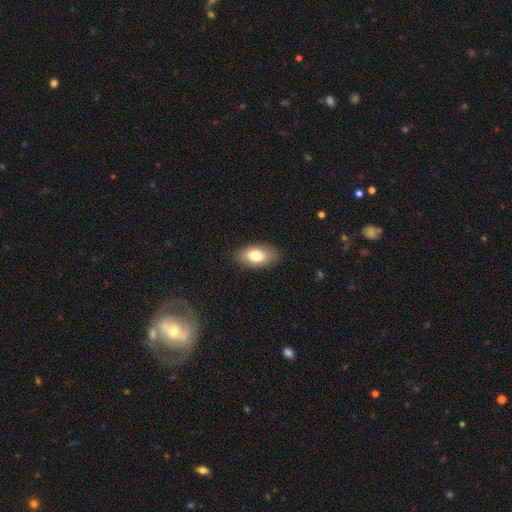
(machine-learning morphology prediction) type=smooth (78%); roundness=in between (91%); merging=none (86%).